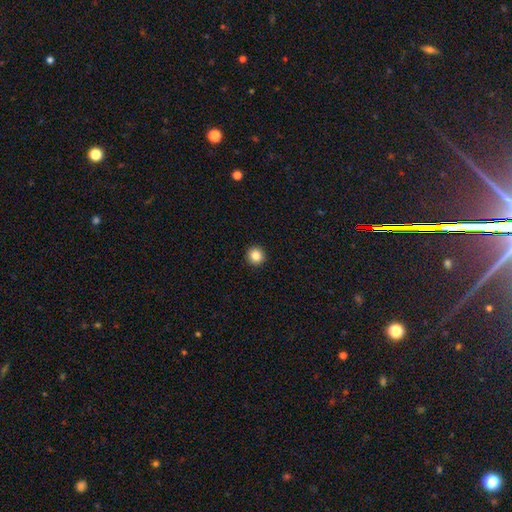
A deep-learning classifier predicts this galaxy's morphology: The model was most divided on "smooth or featured": smooth: 85%, star or artifact: 10%, featured or disk: 5%. More confident: how rounded — round (95%); merging — none (94%).